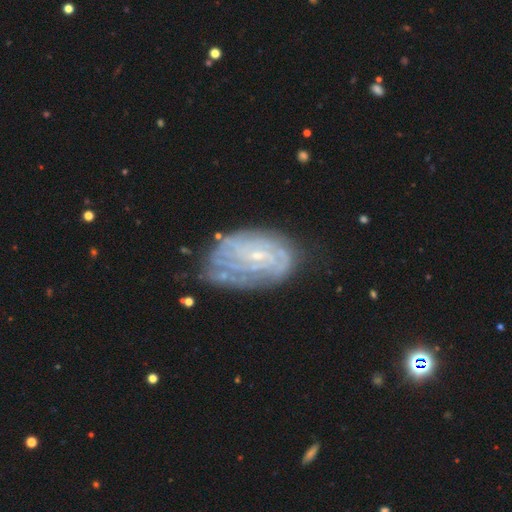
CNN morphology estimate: Smooth or featured? featured or disk (81%)
Edge-on disk? no (96%)
Bar? no (50%)
Spiral arms? yes (90%)
Spiral winding? tight (71%)
Spiral arm count? can't tell (45%)
Bulge size? small (81%)
Merging? none (60%)